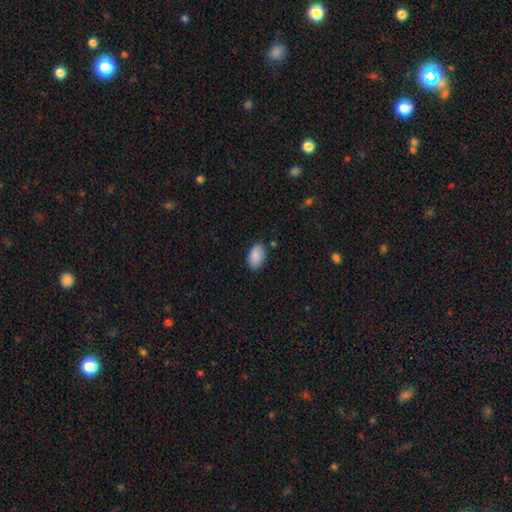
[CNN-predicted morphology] smooth-or-featured: smooth: 89% | star or artifact: 7% | featured or disk: 5%
  how-rounded: in between: 93% | round: 5% | cigar-shaped: 1%
  merging: none: 83% | minor disturbance: 13% | major disturbance: 3% | merger: 2%